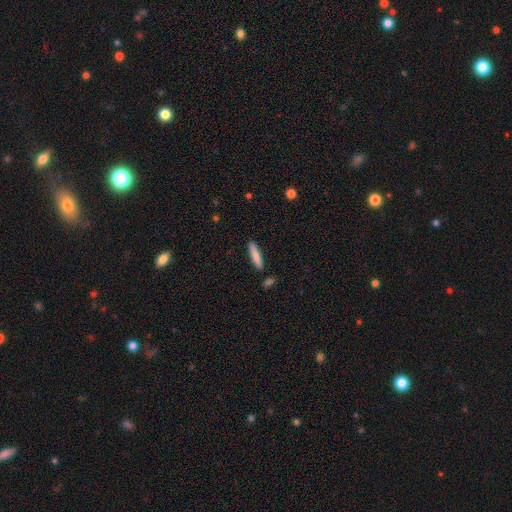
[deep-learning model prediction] Smooth or featured: smooth — 82% (featured or disk — 12%)
How rounded: cigar-shaped — 86% (in between — 13%)
Merging: none — 87% (minor disturbance — 8%)